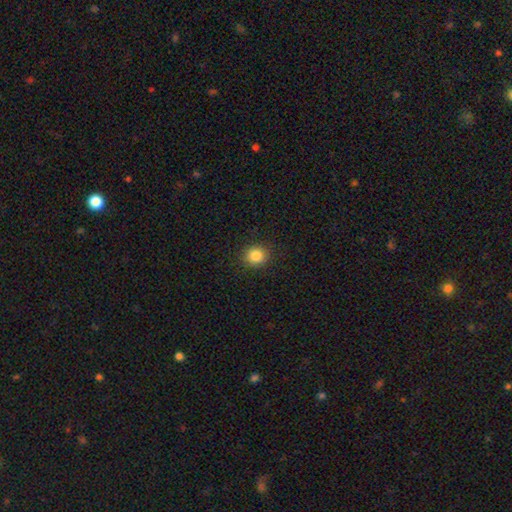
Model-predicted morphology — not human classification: Q: Smooth or featured?
A: smooth (85%); runner-up: star or artifact (10%)
Q: How rounded?
A: round (85%); runner-up: in between (14%)
Q: Merging?
A: none (90%); runner-up: minor disturbance (6%)